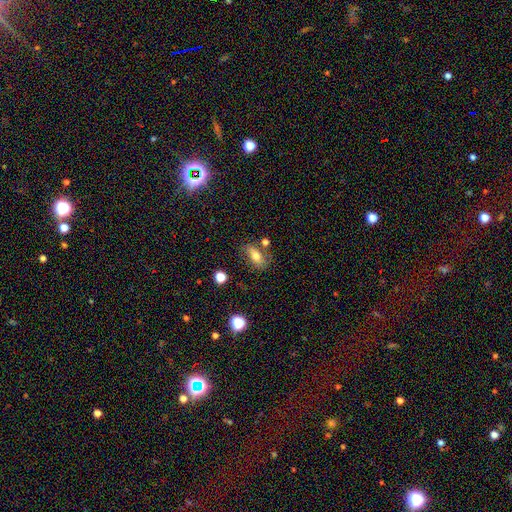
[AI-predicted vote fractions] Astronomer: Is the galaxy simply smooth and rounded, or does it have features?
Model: smooth — 63%.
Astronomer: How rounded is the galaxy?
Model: in between — 79%.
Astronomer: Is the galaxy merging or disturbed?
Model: none — 64%.